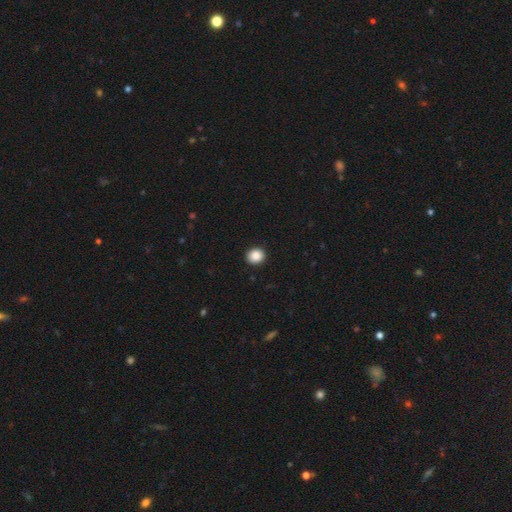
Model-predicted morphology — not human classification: type=smooth (88%); roundness=round (79%); merging=none (92%).